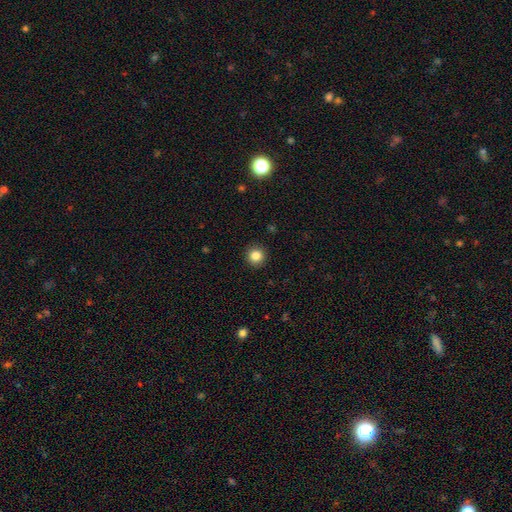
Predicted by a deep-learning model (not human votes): smooth-or-featured: smooth: 85% | star or artifact: 10% | featured or disk: 5%
  how-rounded: round: 94% | in between: 5% | cigar-shaped: 1%
  merging: none: 92% | minor disturbance: 5% | major disturbance: 2% | merger: 1%